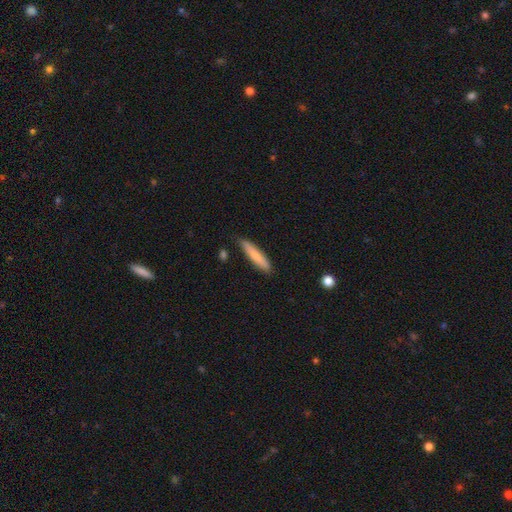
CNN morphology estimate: The model was most divided on "smooth or featured": smooth: 80%, featured or disk: 14%, star or artifact: 6%. More confident: how rounded — cigar-shaped (87%); merging — none (83%).